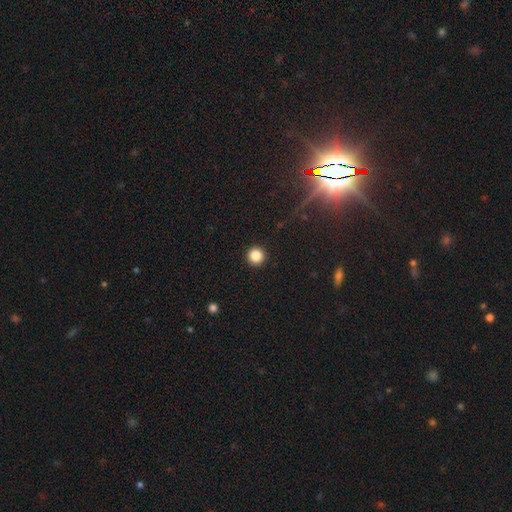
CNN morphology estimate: smooth 86%, star or artifact 11%, featured or disk 3%. Down the decision tree: how rounded — round (96%); merging — none (93%).